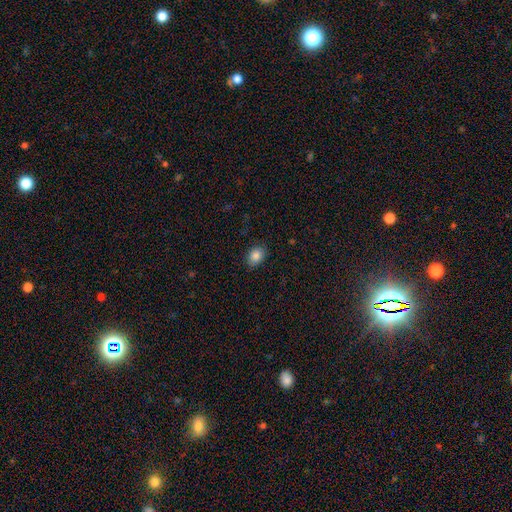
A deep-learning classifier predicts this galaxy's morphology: The model was most divided on "how rounded": in between: 69%, round: 30%, cigar-shaped: 1%. More confident: merging — none (86%); smooth or featured — smooth (86%).